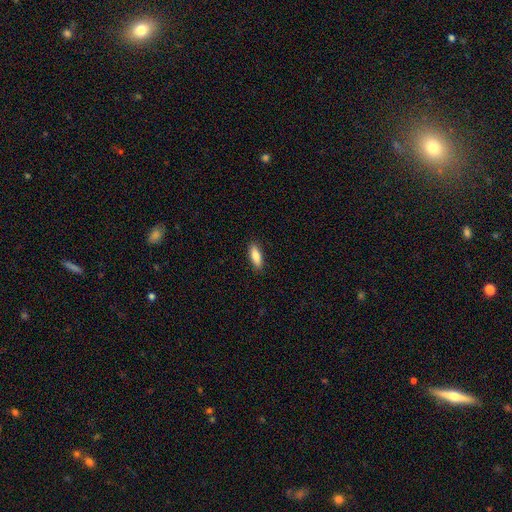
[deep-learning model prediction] A smooth galaxy with no disk features (85%) that is in between round and cigar-shaped (63%). Merging: none (89%).